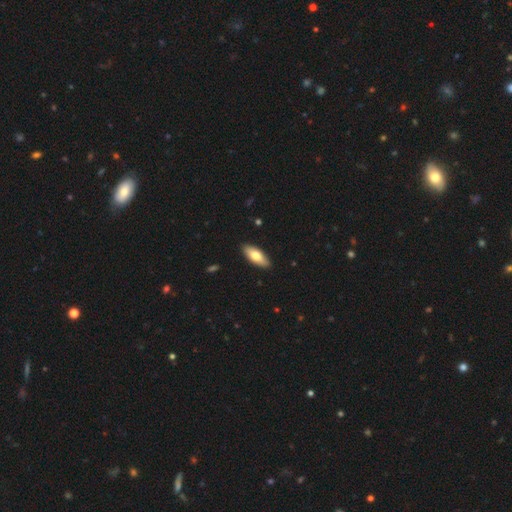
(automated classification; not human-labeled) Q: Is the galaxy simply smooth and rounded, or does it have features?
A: smooth — 72%.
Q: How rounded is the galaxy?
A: in between — 76%.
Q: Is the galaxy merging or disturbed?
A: none — 90%.